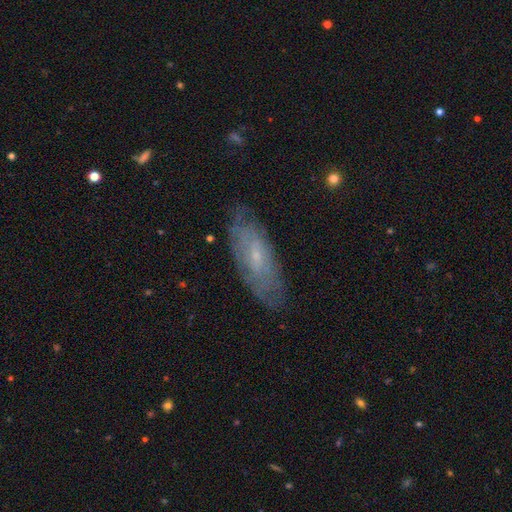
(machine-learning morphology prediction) Smooth or featured?
  - featured or disk: 58% *
  - smooth: 32%
  - star or artifact: 10%
Edge-on disk?
  - no: 76% *
  - yes: 24%
Merging?
  - none: 80% *
  - minor disturbance: 15%
  - major disturbance: 4%
  - merger: 1%